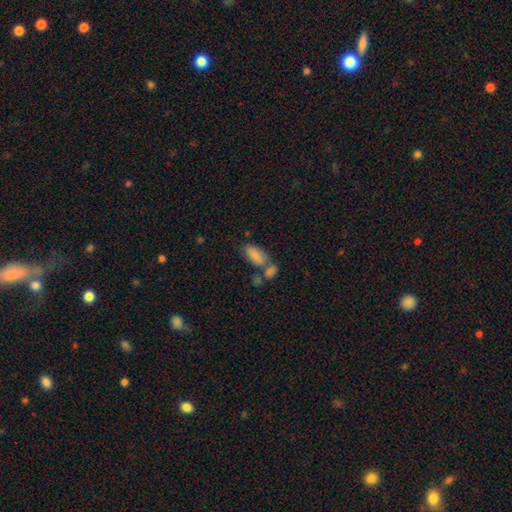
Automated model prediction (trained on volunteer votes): Morphology: type=smooth (81%); roundness=in between (91%); merging=merger (44%).